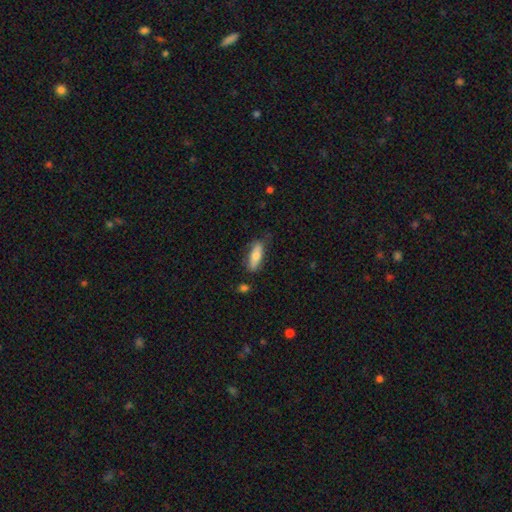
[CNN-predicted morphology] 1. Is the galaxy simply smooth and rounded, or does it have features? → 72% smooth, 22% featured or disk, 6% star or artifact.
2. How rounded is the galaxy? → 56% in between, 42% cigar-shaped, 2% round.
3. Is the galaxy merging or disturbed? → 75% none, 18% minor disturbance, 4% major disturbance, 3% merger.